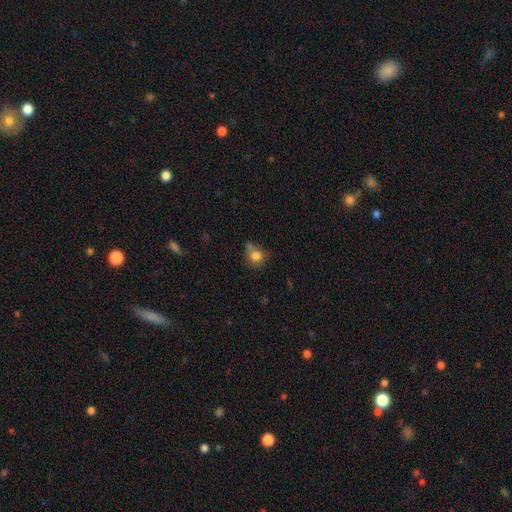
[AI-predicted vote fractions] A smooth galaxy with no disk features (79%) that is round (74%). Merging: none (48%).